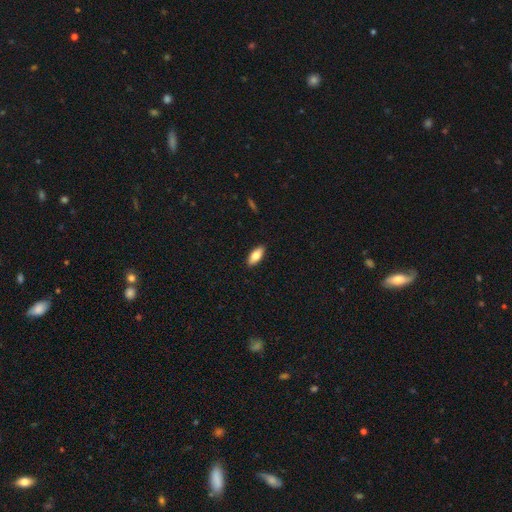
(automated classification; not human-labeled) This is likely a smooth galaxy (79%). How rounded: clearly in between (85%). Merging: clearly none (90%).